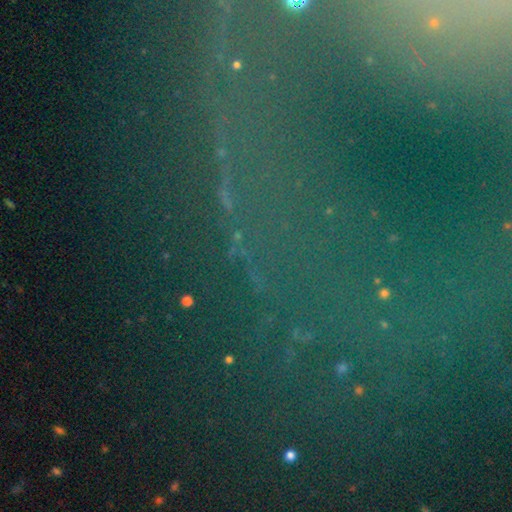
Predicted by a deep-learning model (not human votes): Smooth or featured?
  - star or artifact: 80% *
  - featured or disk: 10%
  - smooth: 10%